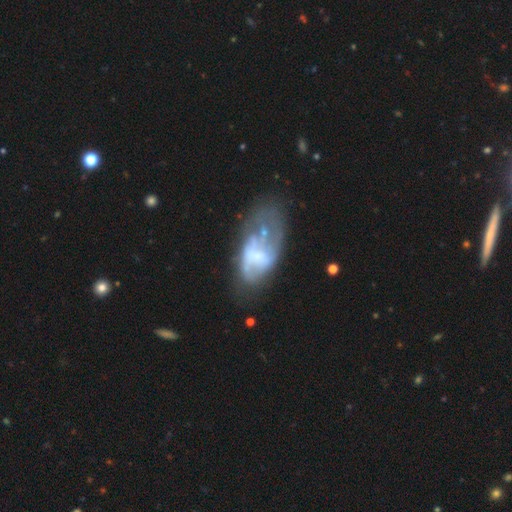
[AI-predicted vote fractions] Smooth or featured? featured or disk (61%)
Edge-on disk? no (95%)
Bar? no (61%)
Spiral arms? no (63%)
Bulge size? none (43%)
Merging? none (33%)